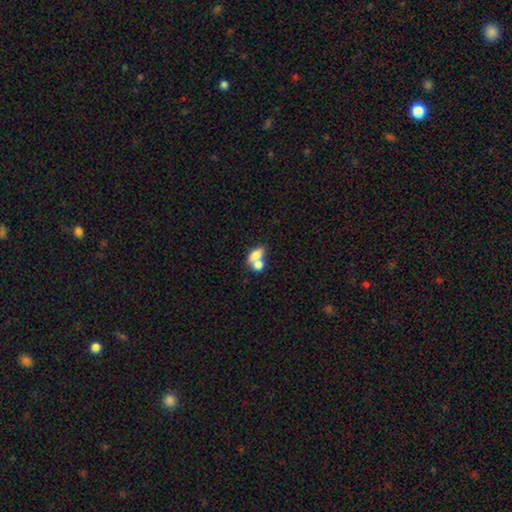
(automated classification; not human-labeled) smooth 73%, featured or disk 18%, star or artifact 9%. Down the decision tree: how rounded — in between (79%); merging — merger (63%).